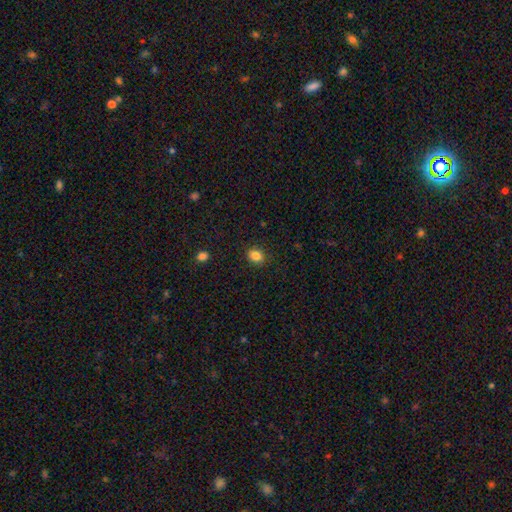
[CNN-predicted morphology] Smooth or featured?
  - smooth: 85% *
  - star or artifact: 10%
  - featured or disk: 4%
How rounded?
  - in between: 51% *
  - round: 48%
  - cigar-shaped: 1%
Merging?
  - none: 88% *
  - minor disturbance: 8%
  - major disturbance: 2%
  - merger: 1%